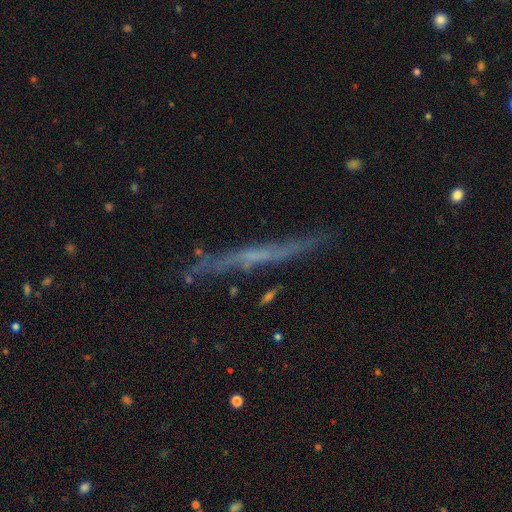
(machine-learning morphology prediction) smooth-or-featured: featured or disk: 60% | smooth: 31% | star or artifact: 9%
  disk-edge-on: yes: 88% | no: 12%
    edge-on-bulge: none: 80% | rounded: 13% | boxy: 8%
  merging: none: 75% | minor disturbance: 17% | major disturbance: 5% | merger: 3%